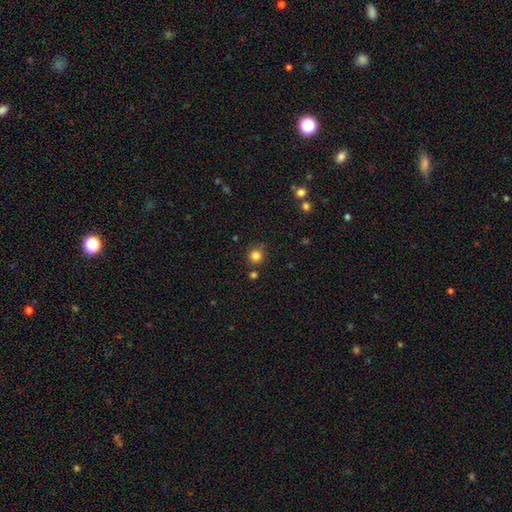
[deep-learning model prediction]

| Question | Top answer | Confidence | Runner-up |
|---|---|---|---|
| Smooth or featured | smooth | 83% | star or artifact (13%) |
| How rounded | round | 93% | in between (6%) |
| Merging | none | 81% | minor disturbance (10%) |